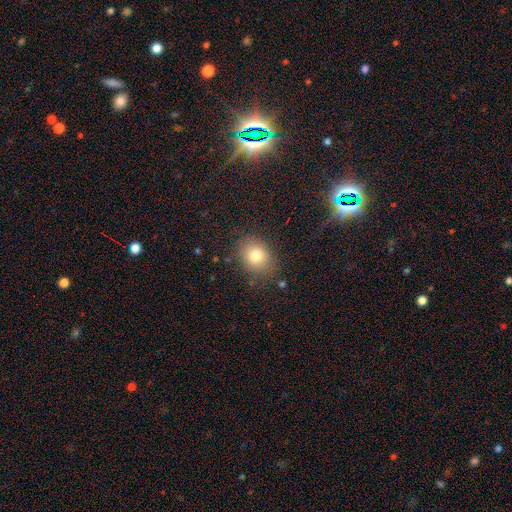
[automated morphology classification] This is likely a smooth galaxy (78%). How rounded: possibly round (51%). Merging: clearly none (82%).